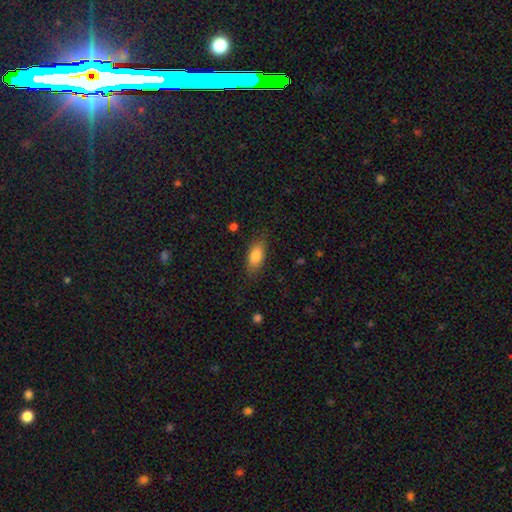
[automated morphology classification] smooth-or-featured: smooth: 83% | featured or disk: 10% | star or artifact: 7%
  how-rounded: in between: 83% | cigar-shaped: 14% | round: 3%
  merging: none: 81% | minor disturbance: 14% | major disturbance: 4% | merger: 1%